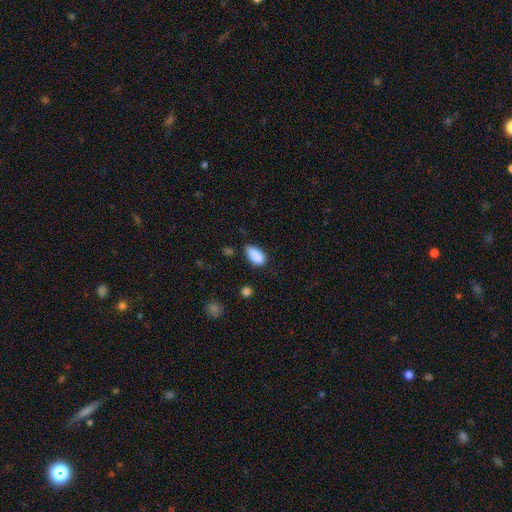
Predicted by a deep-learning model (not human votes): Smooth or featured? smooth (86%)
How rounded? in between (86%)
Merging? none (60%)